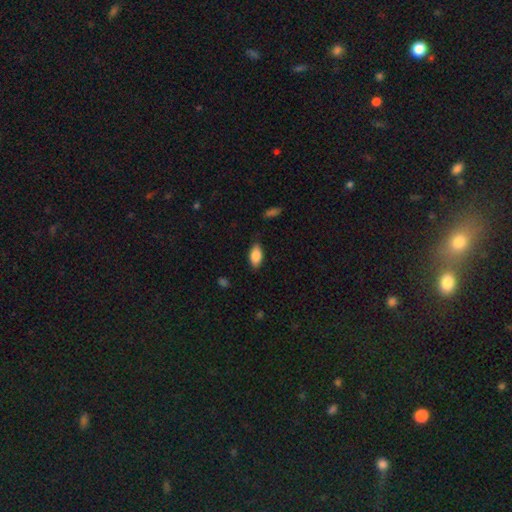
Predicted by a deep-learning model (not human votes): smooth 87%, star or artifact 7%, featured or disk 6%. Down the decision tree: how rounded — in between (92%); merging — none (83%).